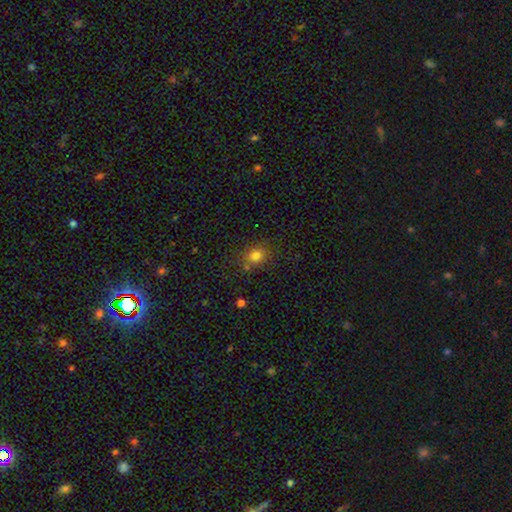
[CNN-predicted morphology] A smooth galaxy with no disk features (77%) that is round (71%).

Vote fractions:
- Smooth or featured? smooth: 77% / star or artifact: 15% / featured or disk: 7%
- How rounded? round: 71% / in between: 28% / cigar-shaped: 1%
- Merging? none: 78% / minor disturbance: 13% / merger: 5% / major disturbance: 4%